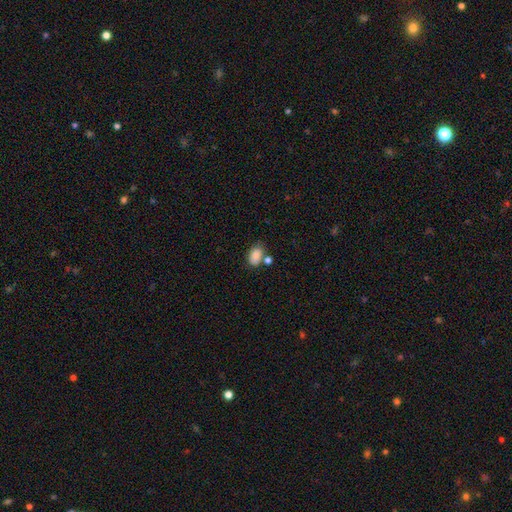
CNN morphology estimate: Smooth or featured?
  - smooth: 86% *
  - star or artifact: 8%
  - featured or disk: 6%
How rounded?
  - in between: 88% *
  - round: 11%
  - cigar-shaped: 1%
Merging?
  - none: 58% *
  - merger: 20%
  - minor disturbance: 17%
  - major disturbance: 5%